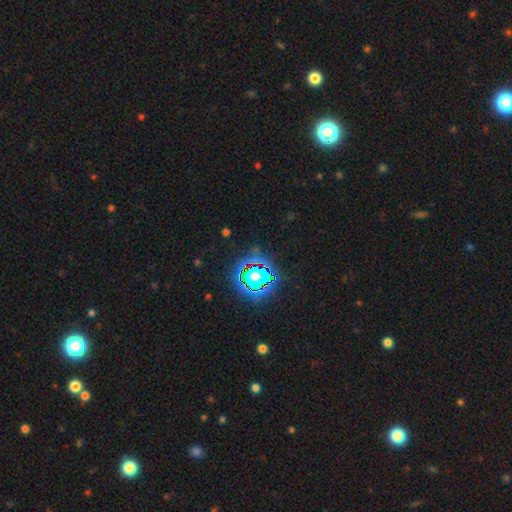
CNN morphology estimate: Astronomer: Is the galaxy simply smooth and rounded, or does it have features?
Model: star or artifact — 80%.